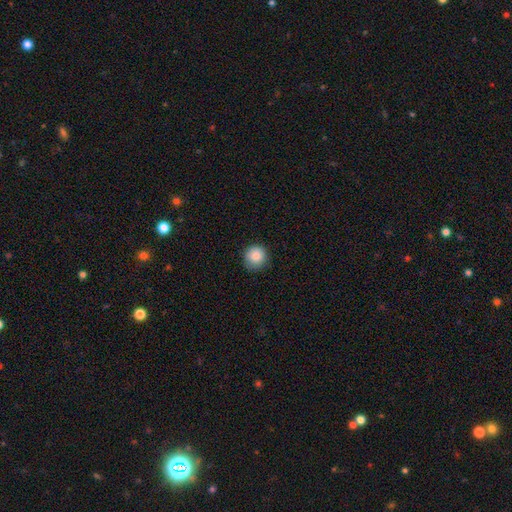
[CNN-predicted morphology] Smooth or featured? smooth (87%)
How rounded? round (93%)
Merging? none (85%)